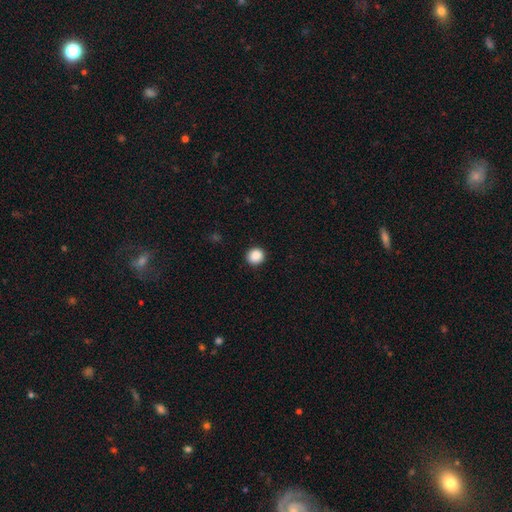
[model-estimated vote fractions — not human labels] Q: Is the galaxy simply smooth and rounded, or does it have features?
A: smooth — 89%.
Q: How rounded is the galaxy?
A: round — 92%.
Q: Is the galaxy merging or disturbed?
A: none — 92%.